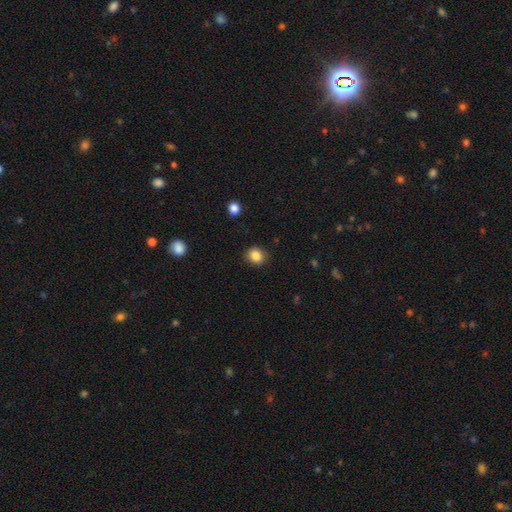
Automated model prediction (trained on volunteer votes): Smooth or featured? Predicted: smooth (p=0.85). How rounded? Predicted: round (p=0.73). Merging? Predicted: none (p=0.88).